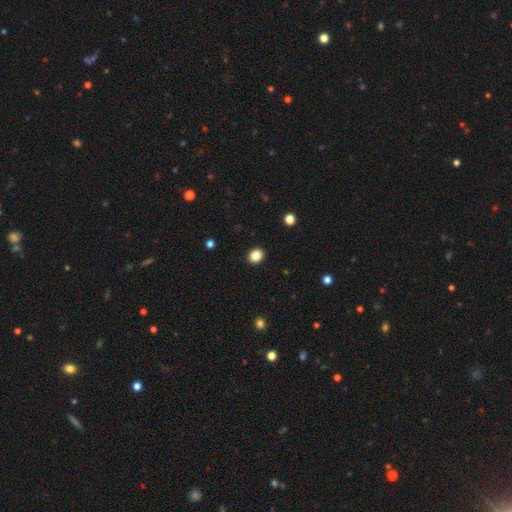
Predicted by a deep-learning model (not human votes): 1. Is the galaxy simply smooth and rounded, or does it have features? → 86% smooth, 10% star or artifact, 4% featured or disk.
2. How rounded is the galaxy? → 65% round, 34% in between, 1% cigar-shaped.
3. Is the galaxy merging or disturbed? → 92% none, 6% minor disturbance, 2% major disturbance, 1% merger.